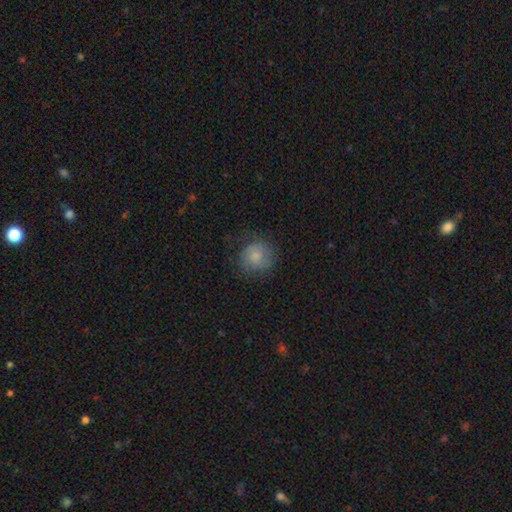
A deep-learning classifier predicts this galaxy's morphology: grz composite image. It shows a smooth galaxy with no disk features (75%) that is round (89%). Merging: none (72%).